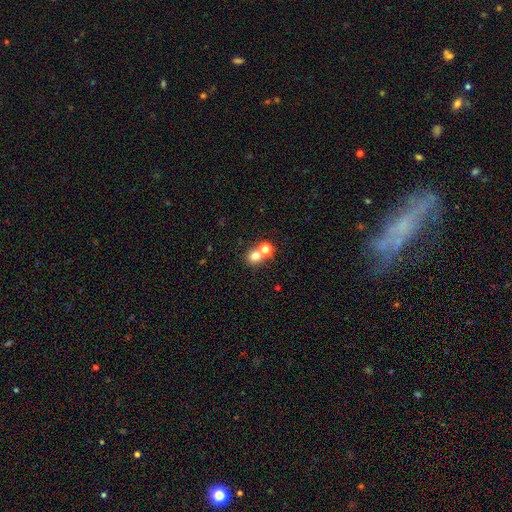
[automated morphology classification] A smooth galaxy with no disk features (73%) that is round (78%).

Vote fractions:
- Smooth or featured? smooth: 73% / star or artifact: 16% / featured or disk: 10%
- How rounded? round: 78% / in between: 21% / cigar-shaped: 1%
- Merging? none: 46% / merger: 44% / minor disturbance: 6% / major disturbance: 3%